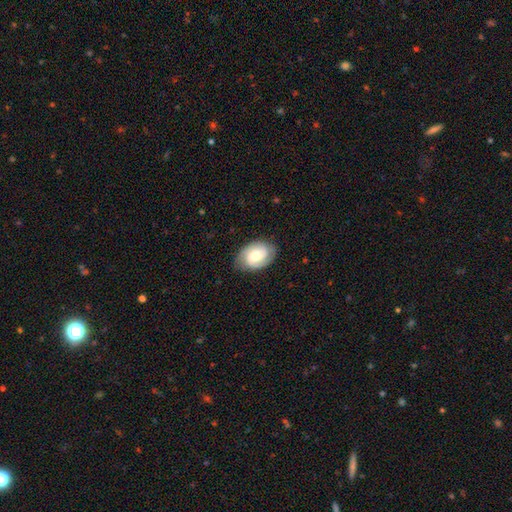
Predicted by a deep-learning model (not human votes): smooth-or-featured: featured or disk: 72% | smooth: 22% | star or artifact: 6%
  disk-edge-on: no: 97% | yes: 3%
    bar: no: 53% | weak: 38% | strong: 10%
    has-spiral-arms: yes: 93% | no: 7%
      spiral-winding: tight: 54% | medium: 37% | loose: 9%
      spiral-arm-count: 2: 83% | can't tell: 8% | 1: 4% | 3: 3% | 4: 1% | more than 4: 1%
    bulge-size: moderate: 56% | small: 19% | large: 19% | none: 3% | dominant: 2%
  merging: none: 80% | minor disturbance: 15% | major disturbance: 4% | merger: 1%